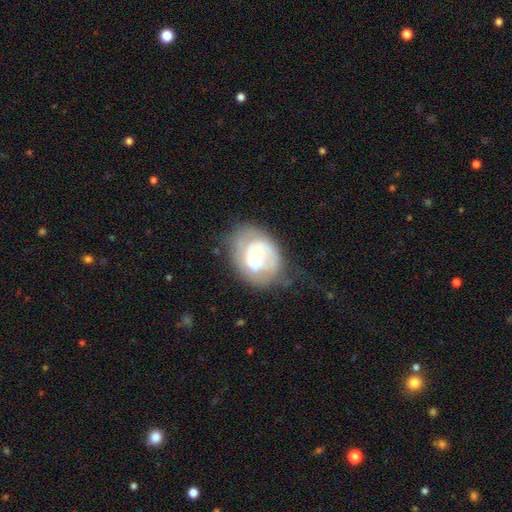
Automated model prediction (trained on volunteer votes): Morphology: type=featured or disk (60%); edge-on=no (97%); bar=no (68%); spiral arms=yes (60%); bulge=small (56%); merging=none (50%).